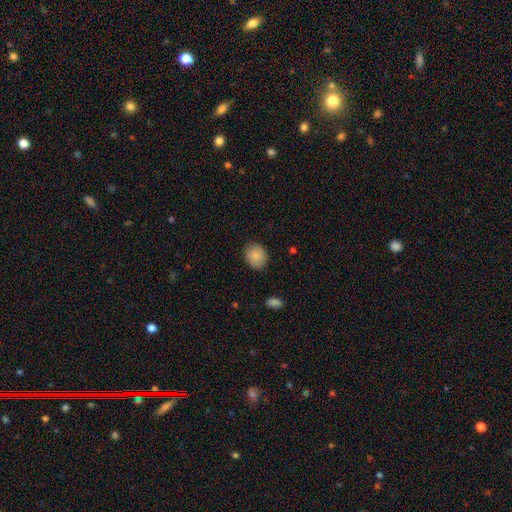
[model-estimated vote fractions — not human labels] This appears to be a smooth galaxy with no disk features (86%) that is round (59%). Merging: none (86%).